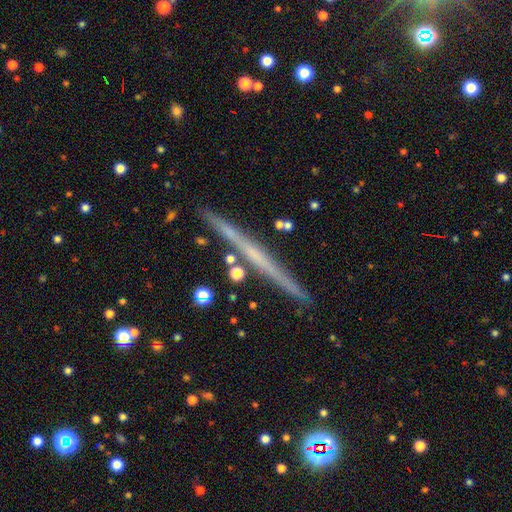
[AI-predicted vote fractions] A featured or disk galaxy (62%) viewed edge-on (98%) with no central bulge (86%). Merging: none (90%).